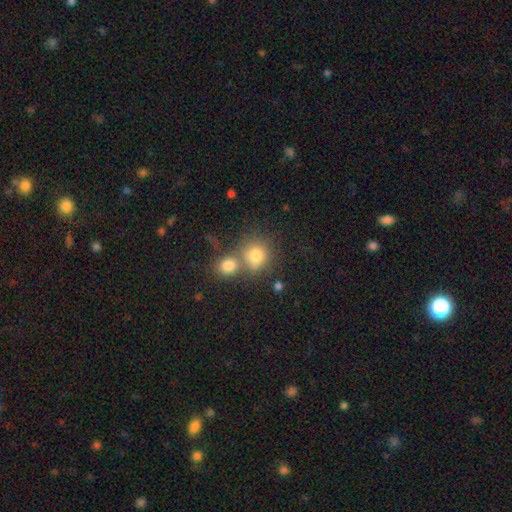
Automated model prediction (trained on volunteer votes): smooth-or-featured: smooth: 76% | star or artifact: 13% | featured or disk: 11%
  how-rounded: round: 83% | in between: 16% | cigar-shaped: 1%
  merging: none: 47% | merger: 40% | minor disturbance: 9% | major disturbance: 4%